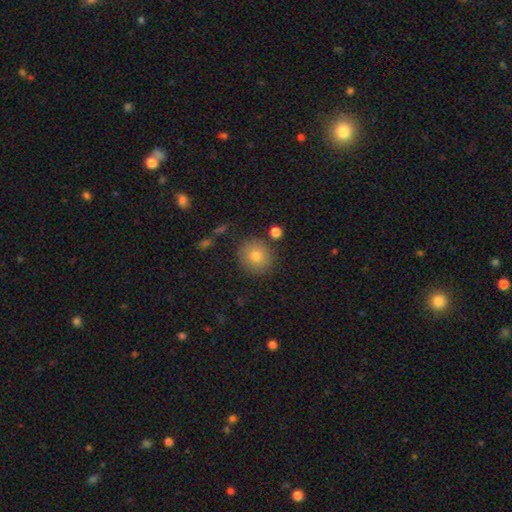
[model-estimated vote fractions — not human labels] Smooth or featured?
  - smooth: 78% *
  - featured or disk: 11%
  - star or artifact: 10%
How rounded?
  - round: 91% *
  - in between: 8%
  - cigar-shaped: 1%
Merging?
  - none: 84% *
  - minor disturbance: 9%
  - merger: 4%
  - major disturbance: 3%